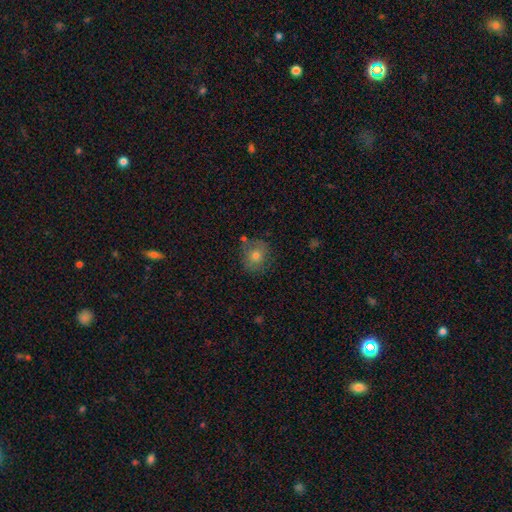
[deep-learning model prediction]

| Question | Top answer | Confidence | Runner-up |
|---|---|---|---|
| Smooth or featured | smooth | 68% | featured or disk (20%) |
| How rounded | round | 84% | in between (15%) |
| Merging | none | 78% | minor disturbance (14%) |